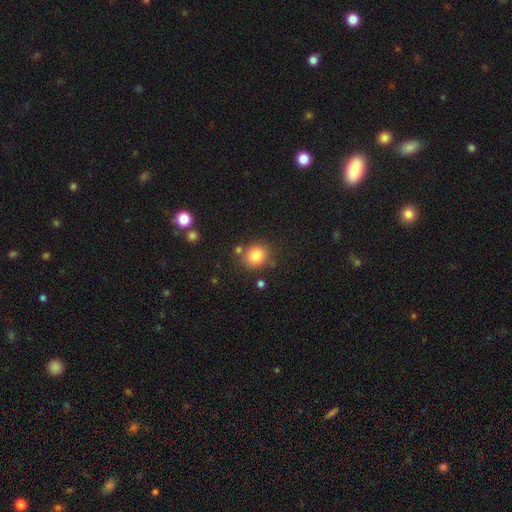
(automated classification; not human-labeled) Smooth or featured?
  - smooth: 84% *
  - star or artifact: 10%
  - featured or disk: 6%
How rounded?
  - round: 79% *
  - in between: 20%
  - cigar-shaped: 1%
Merging?
  - none: 76% *
  - minor disturbance: 11%
  - merger: 9%
  - major disturbance: 4%